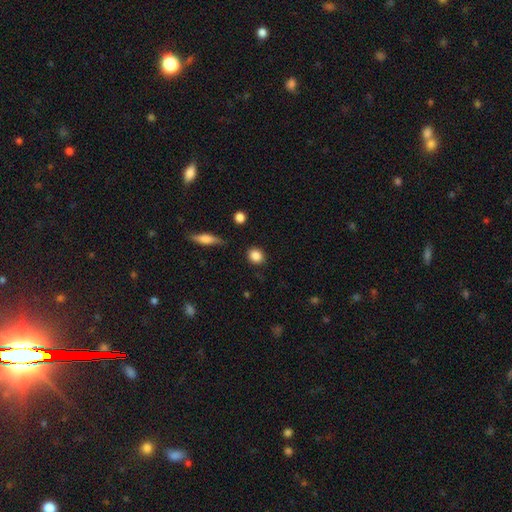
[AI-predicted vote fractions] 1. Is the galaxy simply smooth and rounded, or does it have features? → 86% smooth, 8% star or artifact, 6% featured or disk.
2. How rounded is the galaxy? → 70% round, 28% in between, 2% cigar-shaped.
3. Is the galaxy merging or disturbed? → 86% none, 10% minor disturbance, 3% major disturbance, 2% merger.